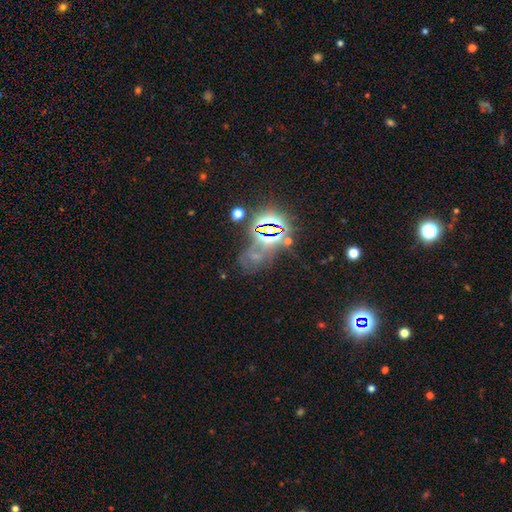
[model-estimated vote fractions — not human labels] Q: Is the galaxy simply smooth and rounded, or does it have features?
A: star or artifact — 61%.